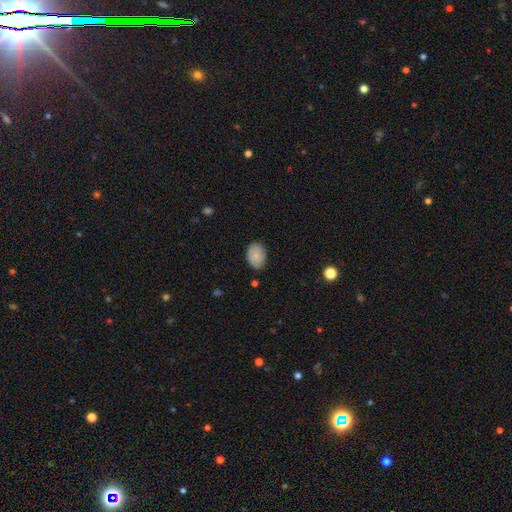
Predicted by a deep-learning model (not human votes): A smooth galaxy with no disk features (84%) that is in between round and cigar-shaped (79%). Merging: none (82%).